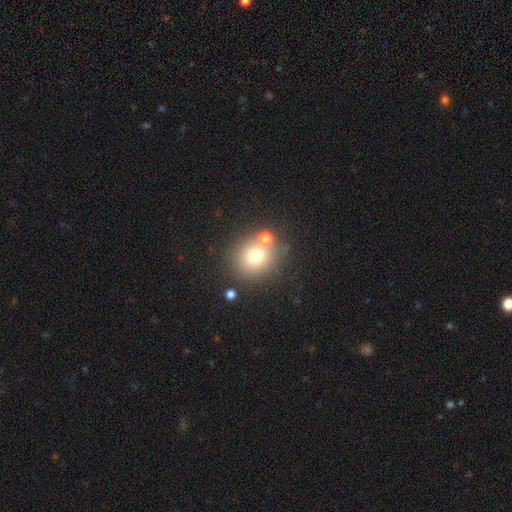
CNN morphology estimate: smooth_or_featured: smooth (p=0.71) [alt: star or artifact p=0.15]
how_rounded: round (p=0.81) [alt: in between p=0.18]
merging: none (p=0.66) [alt: merger p=0.21]